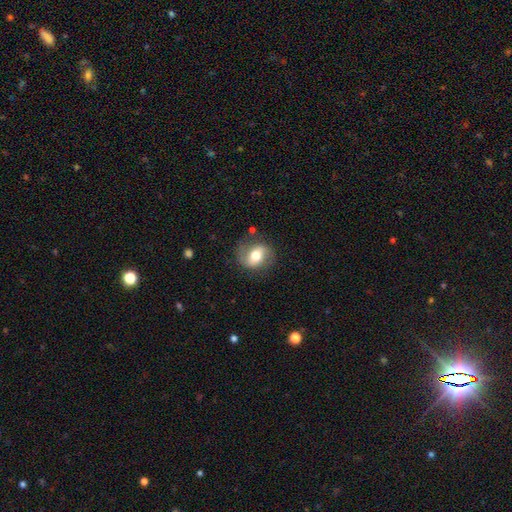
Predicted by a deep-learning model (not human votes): Smooth or featured? featured or disk (49%)
Merging? none (74%)